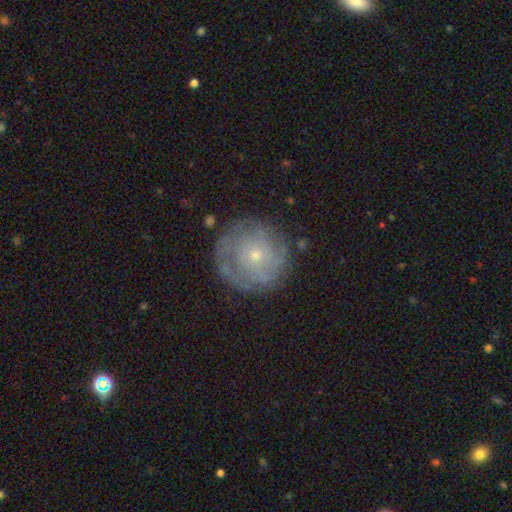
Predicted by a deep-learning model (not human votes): A featured or disk galaxy (66%) with no bar (85%), spiral arms (74%) and a small central bulge (72%). Merging: none (76%).